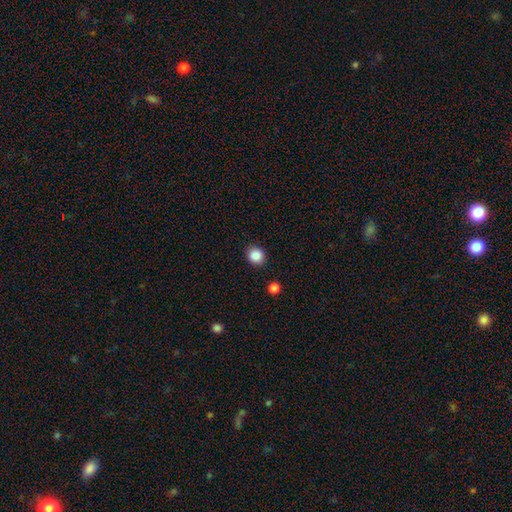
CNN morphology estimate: type=smooth (87%); roundness=round (81%); merging=none (90%).